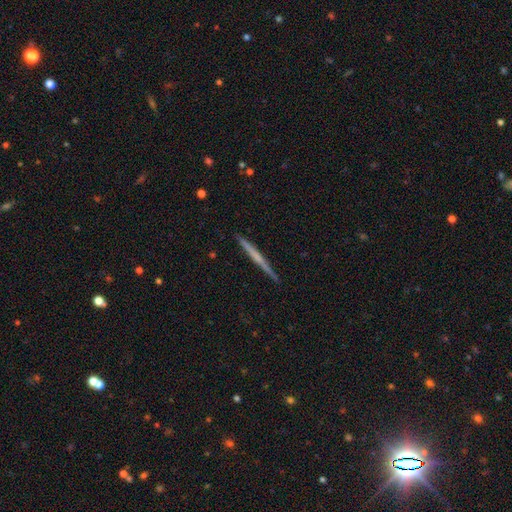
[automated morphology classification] A featured or disk galaxy (56%) viewed edge-on (98%) with no central bulge (77%). Merging: none (91%).